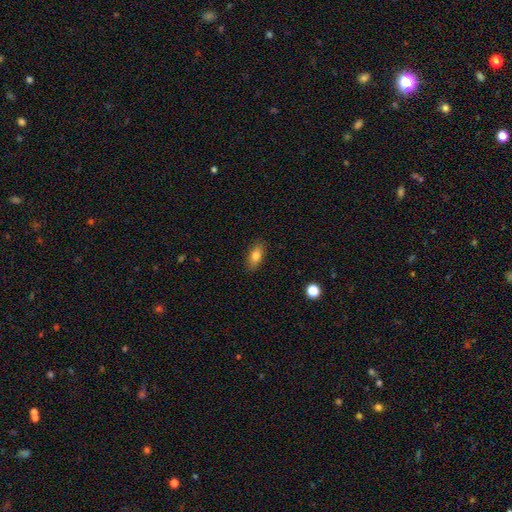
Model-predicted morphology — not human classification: Smooth or featured? Predicted: smooth (p=0.79). How rounded? Predicted: in between (p=0.83). Merging? Predicted: none (p=0.86).